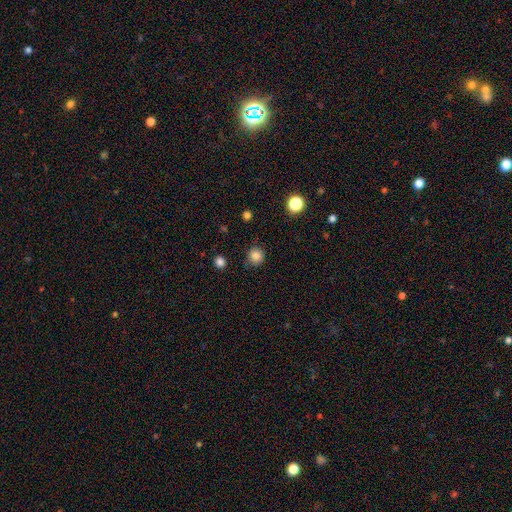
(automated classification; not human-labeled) Smooth or featured? smooth (84%)
How rounded? round (93%)
Merging? none (86%)